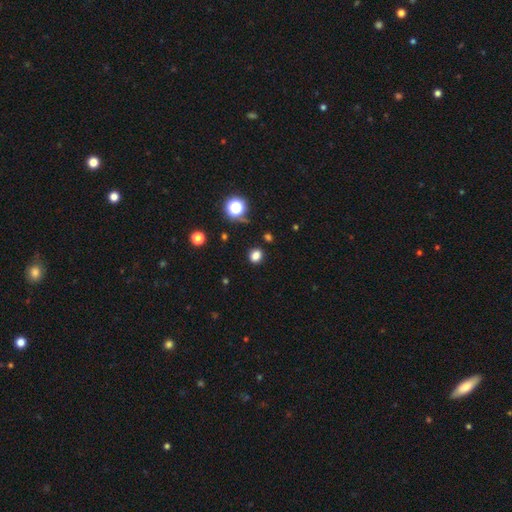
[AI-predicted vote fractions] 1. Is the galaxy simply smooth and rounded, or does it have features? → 80% smooth, 16% star or artifact, 4% featured or disk.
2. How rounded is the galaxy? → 64% round, 35% in between, 1% cigar-shaped.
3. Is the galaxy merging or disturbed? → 87% none, 8% minor disturbance, 3% major disturbance, 2% merger.